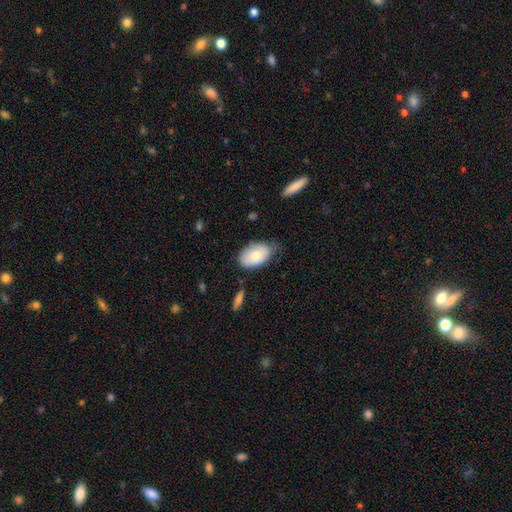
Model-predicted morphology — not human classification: Smooth or featured? smooth (78%)
How rounded? in between (92%)
Merging? none (60%)